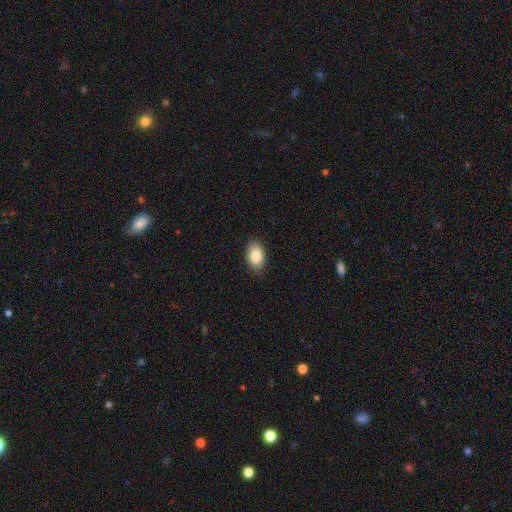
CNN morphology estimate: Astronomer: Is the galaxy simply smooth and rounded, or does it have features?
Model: smooth — 85%.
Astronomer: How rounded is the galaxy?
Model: in between — 90%.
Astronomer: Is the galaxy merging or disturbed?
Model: none — 87%.